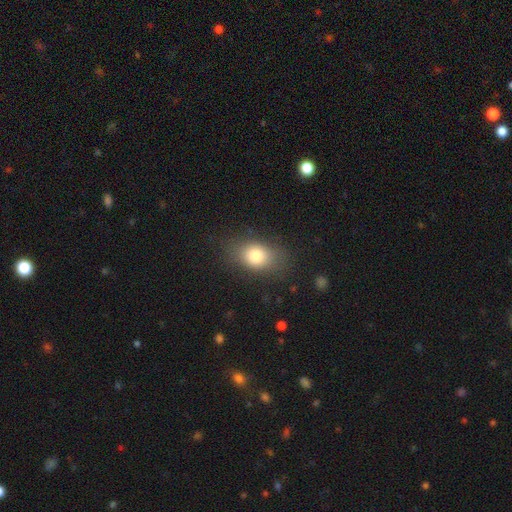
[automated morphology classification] Q: Smooth or featured?
A: smooth (79%); runner-up: featured or disk (11%)
Q: How rounded?
A: in between (70%); runner-up: round (28%)
Q: Merging?
A: none (76%); runner-up: minor disturbance (16%)